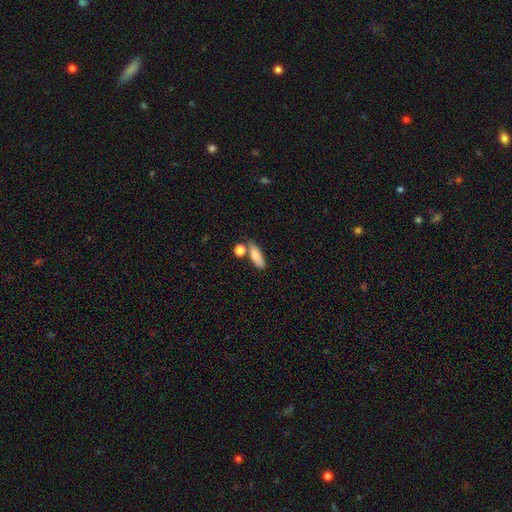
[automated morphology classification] Q: Smooth or featured?
A: smooth (81%); runner-up: featured or disk (12%)
Q: How rounded?
A: in between (68%); runner-up: cigar-shaped (27%)
Q: Merging?
A: none (62%); runner-up: merger (18%)